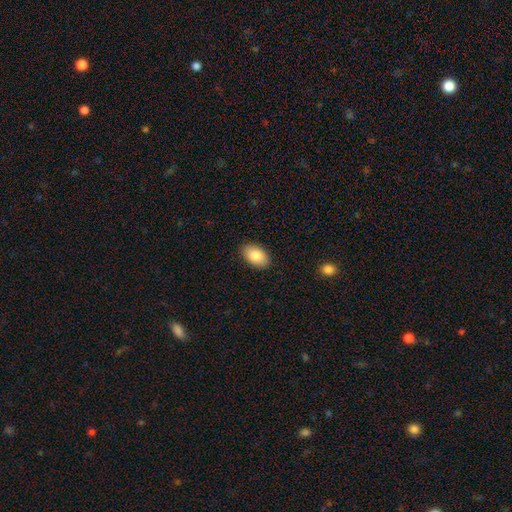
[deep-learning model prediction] A smooth galaxy with no disk features (87%) that is in between round and cigar-shaped (94%).

Vote fractions:
- Smooth or featured? smooth: 87% / featured or disk: 7% / star or artifact: 6%
- How rounded? in between: 94% / round: 5% / cigar-shaped: 1%
- Merging? none: 88% / minor disturbance: 9% / major disturbance: 2% / merger: 1%